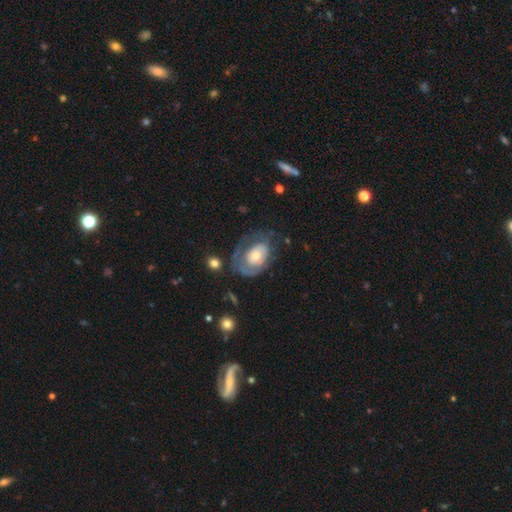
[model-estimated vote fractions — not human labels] This is possibly a featured or disk galaxy (58%). It is clearly not viewed edge-on (95%). Bar: likely no (79%). Spiral arm pattern: likely yes (60%). Central bulge: possibly moderate (45%). Merging: marginally none (43%).